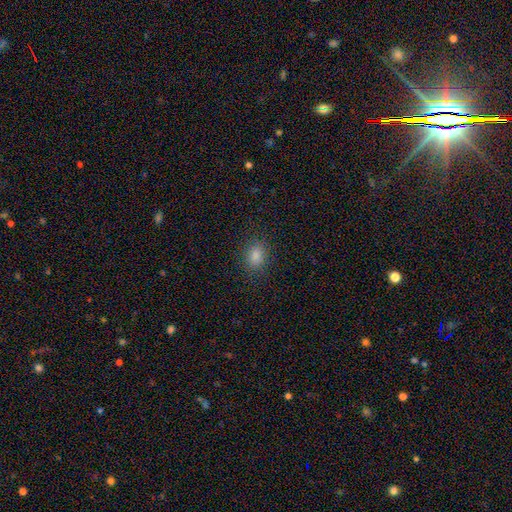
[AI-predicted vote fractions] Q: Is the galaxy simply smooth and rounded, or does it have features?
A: smooth — 81%.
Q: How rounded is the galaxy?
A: in between — 64%.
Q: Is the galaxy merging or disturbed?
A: none — 87%.